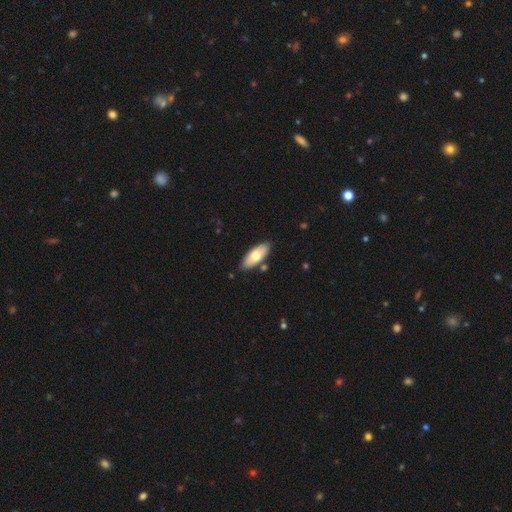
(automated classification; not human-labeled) Smooth or featured: smooth — 67% (featured or disk — 28%)
How rounded: in between — 81% (cigar-shaped — 17%)
Merging: none — 84% (minor disturbance — 10%)